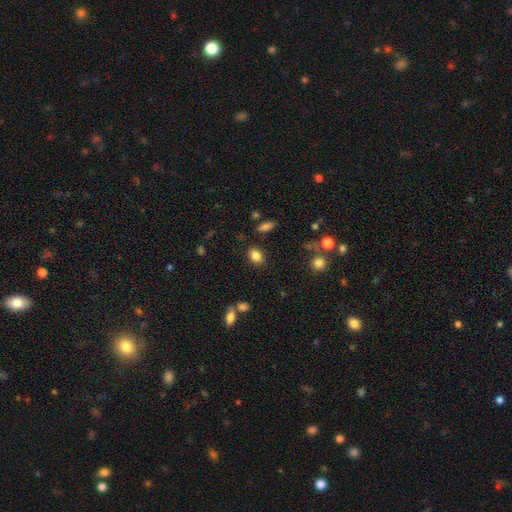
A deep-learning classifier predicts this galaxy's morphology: Q: Smooth or featured?
A: smooth (85%); runner-up: star or artifact (10%)
Q: How rounded?
A: in between (71%); runner-up: round (28%)
Q: Merging?
A: none (85%); runner-up: minor disturbance (9%)